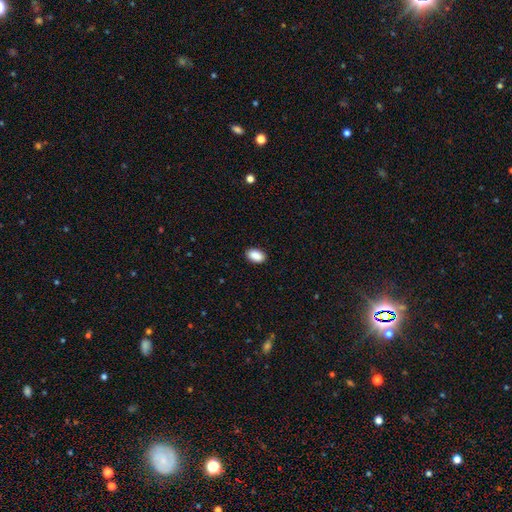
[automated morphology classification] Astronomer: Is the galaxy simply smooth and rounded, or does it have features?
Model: smooth — 90%.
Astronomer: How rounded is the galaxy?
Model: in between — 93%.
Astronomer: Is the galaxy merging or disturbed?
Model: none — 90%.